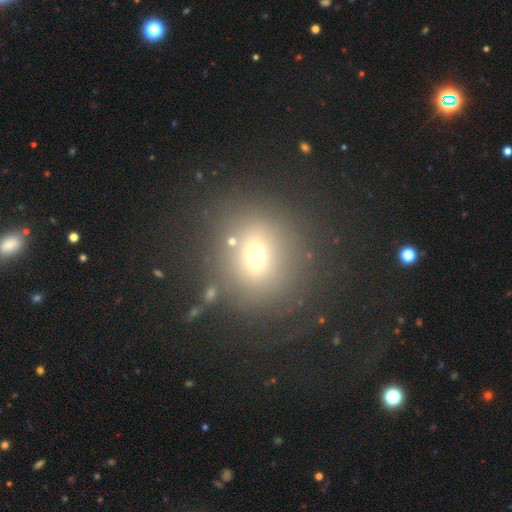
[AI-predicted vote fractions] Q: Smooth or featured?
A: smooth (59%); runner-up: star or artifact (23%)
Q: How rounded?
A: round (76%); runner-up: in between (22%)
Q: Merging?
A: none (79%); runner-up: minor disturbance (10%)